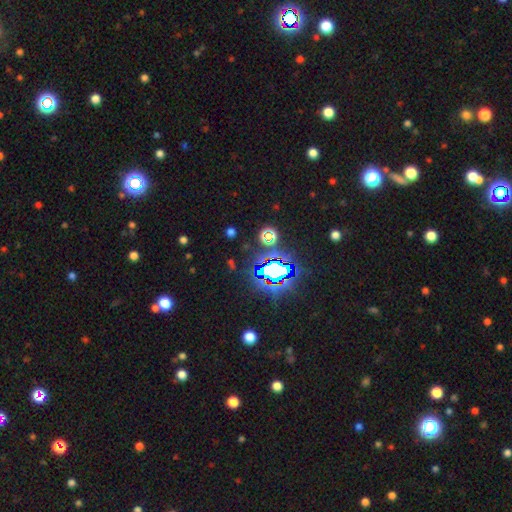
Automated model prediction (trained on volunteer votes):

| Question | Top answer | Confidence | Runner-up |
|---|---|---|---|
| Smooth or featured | star or artifact | 78% | smooth (14%) |